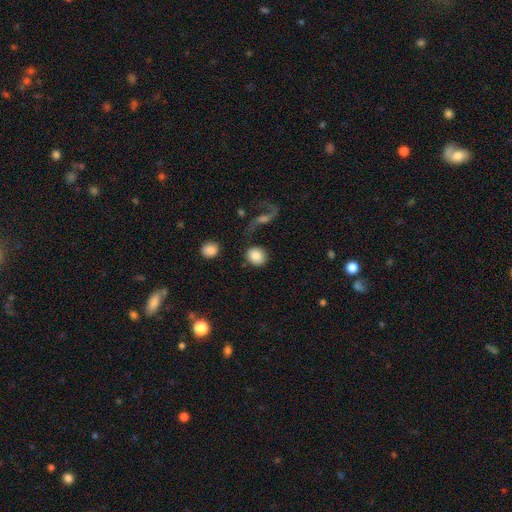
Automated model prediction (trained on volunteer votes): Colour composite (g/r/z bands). It shows a smooth galaxy with no disk features (83%) that is round (81%). Merging: none (75%).